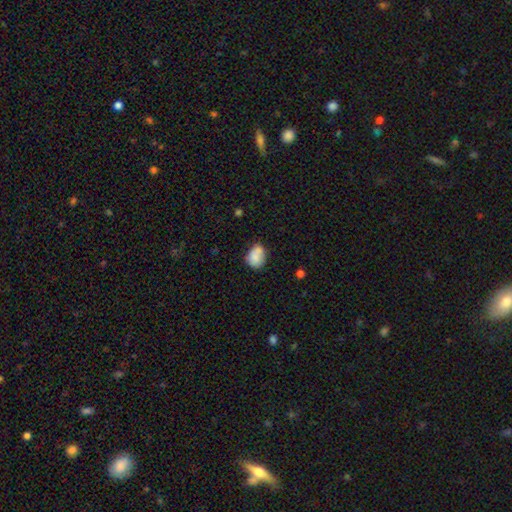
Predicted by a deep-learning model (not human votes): smooth-or-featured: smooth: 80% | featured or disk: 12% | star or artifact: 9%
  how-rounded: in between: 59% | round: 40% | cigar-shaped: 1%
  merging: none: 50% | minor disturbance: 26% | merger: 17% | major disturbance: 7%